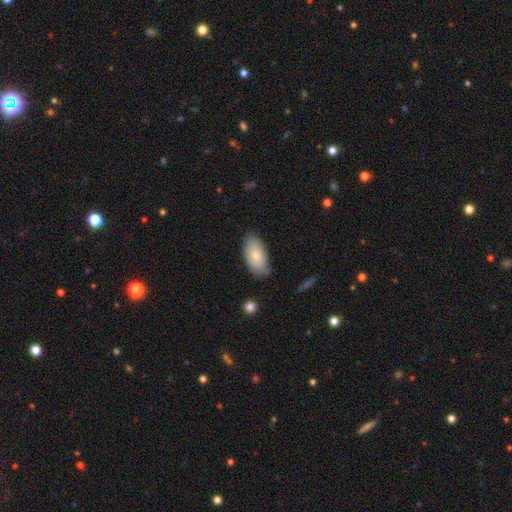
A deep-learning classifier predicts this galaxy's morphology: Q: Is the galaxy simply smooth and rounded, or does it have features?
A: smooth — 76%.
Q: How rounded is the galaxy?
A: in between — 93%.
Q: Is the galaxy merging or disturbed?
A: none — 74%.